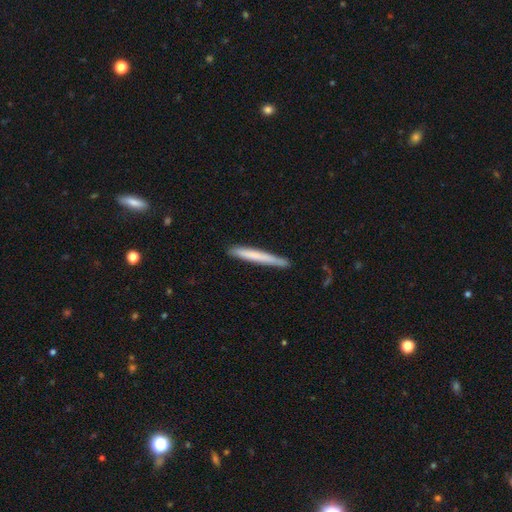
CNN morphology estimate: Smooth or featured: smooth — 67% (featured or disk — 28%)
How rounded: cigar-shaped — 97% (in between — 2%)
Merging: none — 88% (minor disturbance — 9%)